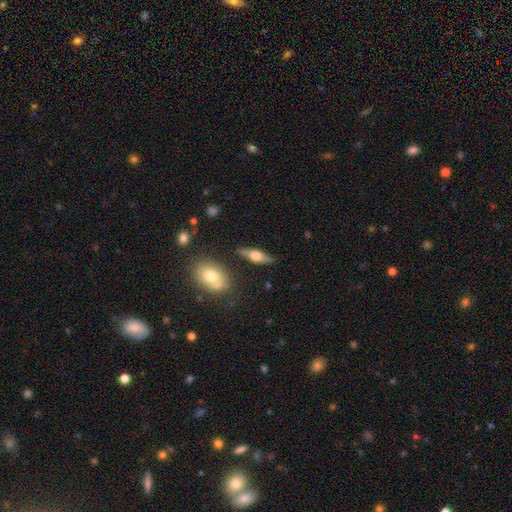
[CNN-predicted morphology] This is possibly a featured or disk galaxy (53%). It is clearly viewed edge-on (90%). Merging: clearly none (80%).